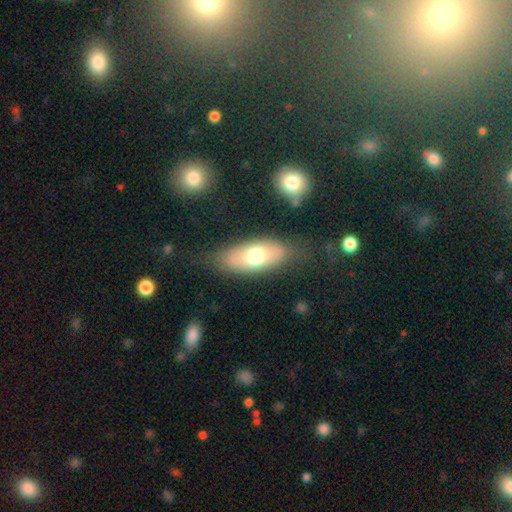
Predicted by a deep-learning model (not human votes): The model was most divided on "smooth or featured": smooth: 68%, featured or disk: 24%, star or artifact: 8%. More confident: how rounded — in between (84%); merging — none (74%).